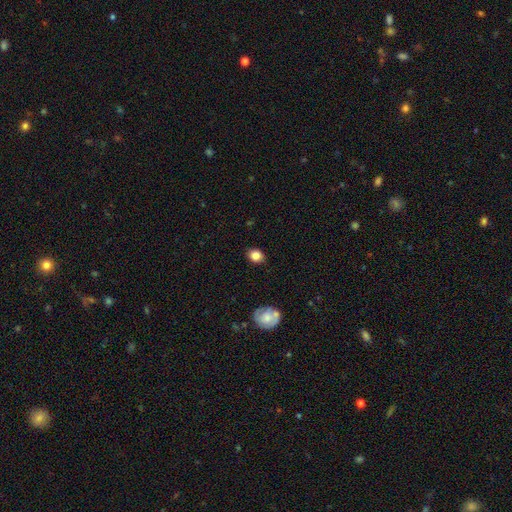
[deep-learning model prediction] This appears to be a smooth galaxy with no disk features (83%) that is round (55%). Merging: none (85%).